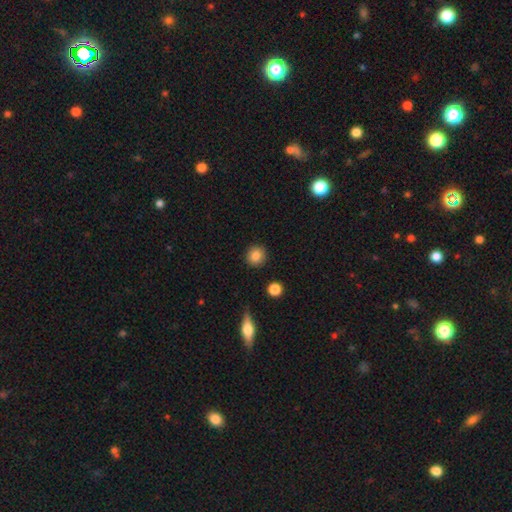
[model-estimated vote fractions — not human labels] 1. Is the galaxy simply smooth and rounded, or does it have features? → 84% smooth, 9% star or artifact, 7% featured or disk.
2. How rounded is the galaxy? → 92% round, 7% in between, 1% cigar-shaped.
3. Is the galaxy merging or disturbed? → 90% none, 6% minor disturbance, 2% major disturbance, 2% merger.